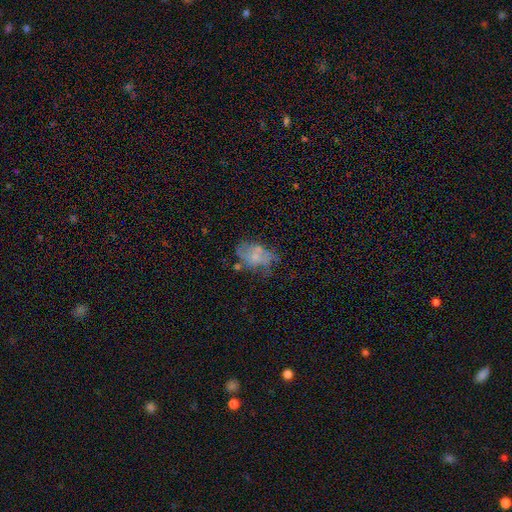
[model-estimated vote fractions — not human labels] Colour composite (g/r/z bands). It shows a featured or disk galaxy (45%). Merging: none (39%).